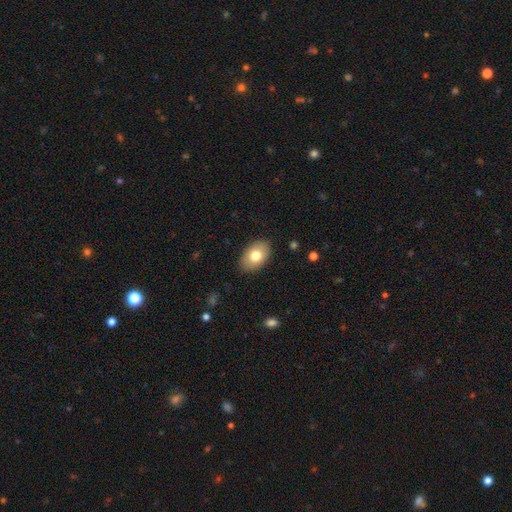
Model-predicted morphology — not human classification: Q: Smooth or featured?
A: smooth (78%); runner-up: featured or disk (15%)
Q: How rounded?
A: in between (89%); runner-up: round (10%)
Q: Merging?
A: none (87%); runner-up: minor disturbance (10%)